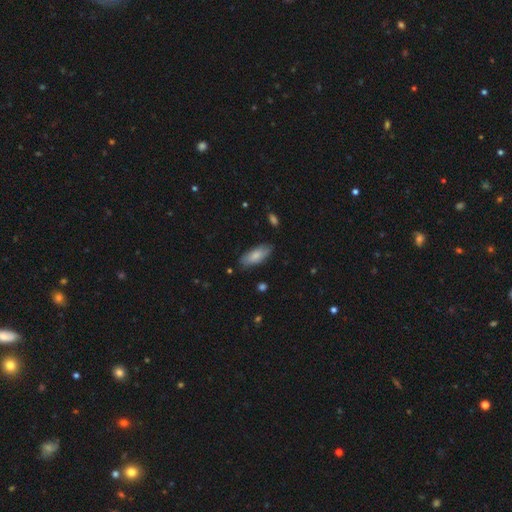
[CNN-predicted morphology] Q: Smooth or featured?
A: smooth (79%); runner-up: featured or disk (15%)
Q: How rounded?
A: in between (77%); runner-up: cigar-shaped (21%)
Q: Merging?
A: none (81%); runner-up: minor disturbance (15%)